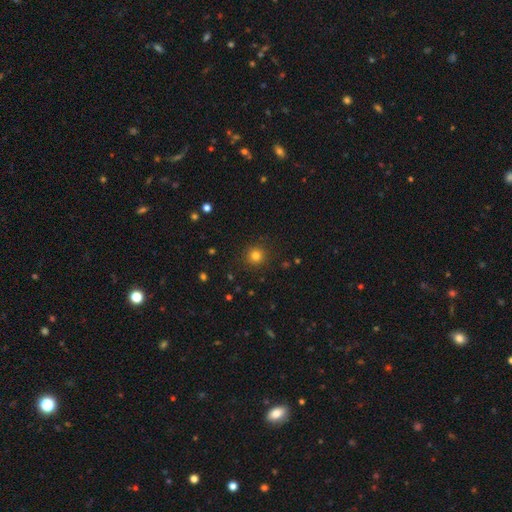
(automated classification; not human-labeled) Smooth or featured? Predicted: smooth (p=0.80). How rounded? Predicted: round (p=0.94). Merging? Predicted: none (p=0.91).